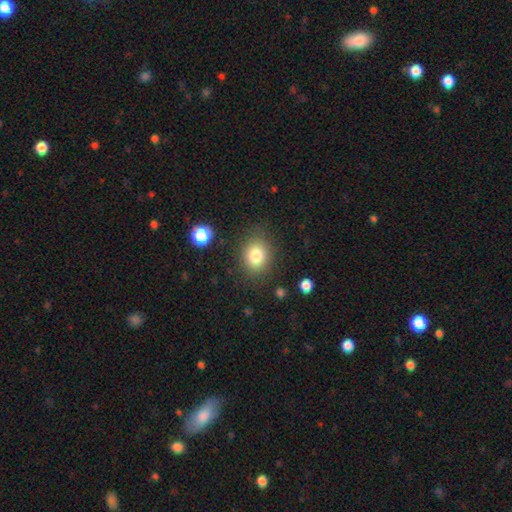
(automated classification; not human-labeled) smooth-or-featured: smooth: 82% | star or artifact: 11% | featured or disk: 8%
  how-rounded: round: 54% | in between: 45% | cigar-shaped: 1%
  merging: none: 82% | minor disturbance: 11% | major disturbance: 4% | merger: 2%